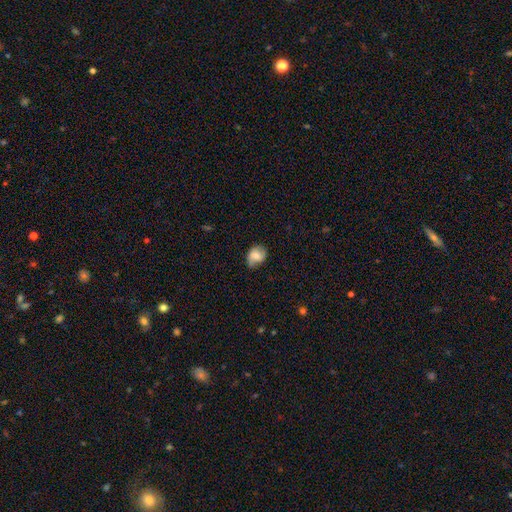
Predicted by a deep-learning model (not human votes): This is likely a smooth galaxy (65%). How rounded: possibly in between (52%). Merging: possibly none (57%).